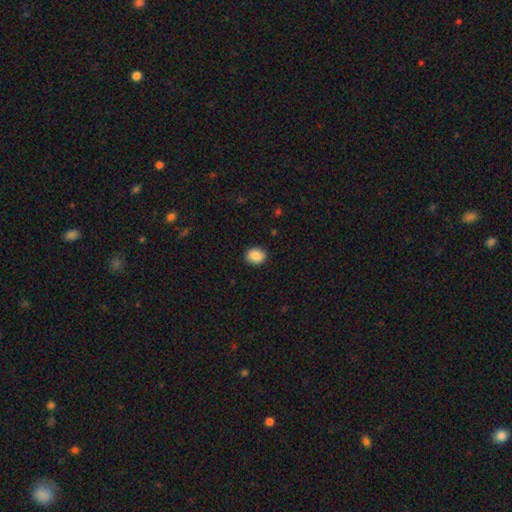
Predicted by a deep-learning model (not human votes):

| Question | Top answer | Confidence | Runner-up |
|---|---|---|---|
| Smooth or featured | smooth | 89% | star or artifact (8%) |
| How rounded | round | 62% | in between (37%) |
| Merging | none | 89% | minor disturbance (8%) |